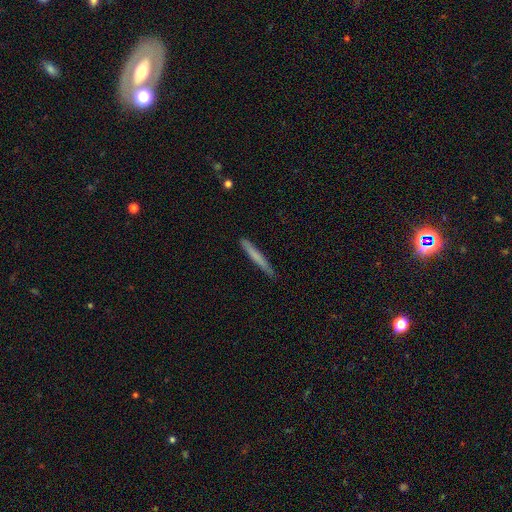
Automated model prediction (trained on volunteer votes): Overall: smooth (70%). How rounded: cigar-shaped (97%). Merging: none (88%).